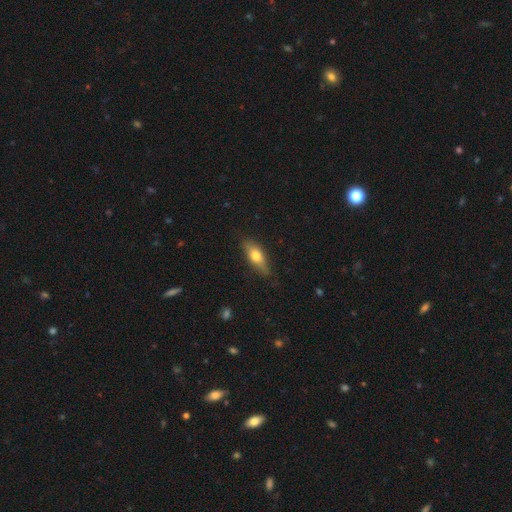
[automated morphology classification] Smooth or featured? smooth (67%)
How rounded? in between (68%)
Merging? none (78%)